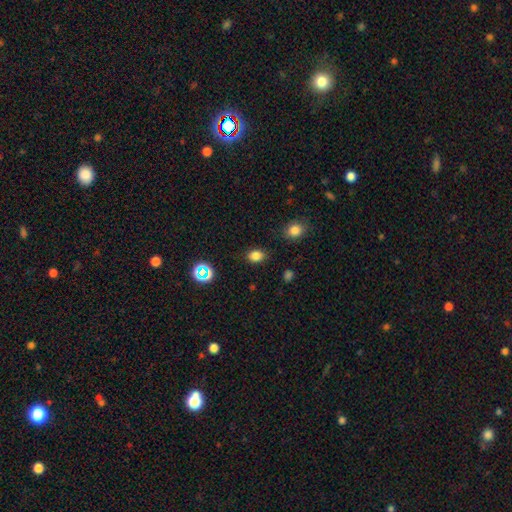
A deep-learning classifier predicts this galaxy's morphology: The model was most divided on "how rounded": in between: 65%, round: 34%, cigar-shaped: 1%. More confident: merging — none (83%); smooth or featured — smooth (80%).